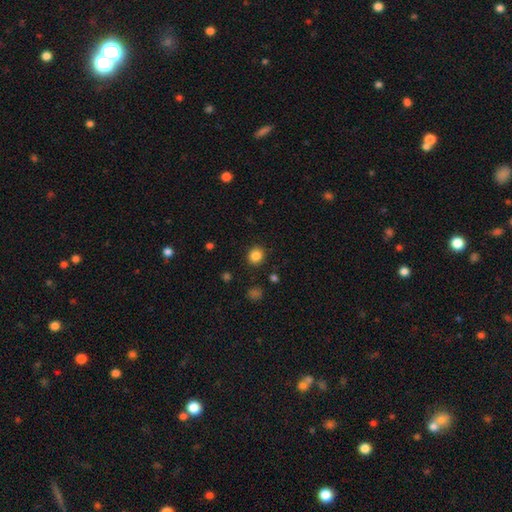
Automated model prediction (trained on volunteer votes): This is clearly a smooth galaxy (85%). How rounded: clearly round (87%). Merging: clearly none (90%).